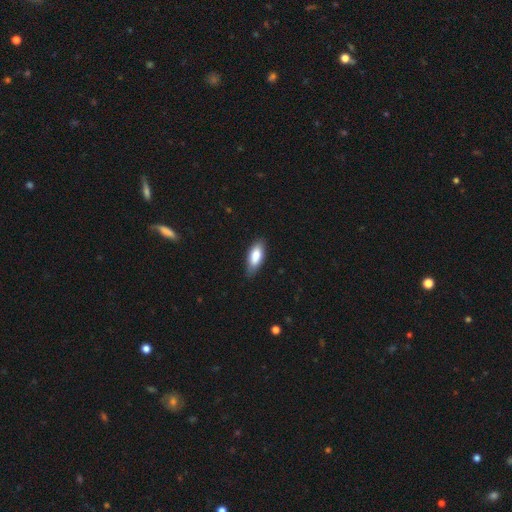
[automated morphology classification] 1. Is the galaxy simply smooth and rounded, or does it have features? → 82% smooth, 12% featured or disk, 6% star or artifact.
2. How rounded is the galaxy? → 77% in between, 21% cigar-shaped, 2% round.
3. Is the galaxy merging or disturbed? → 79% none, 17% minor disturbance, 3% major disturbance, 1% merger.